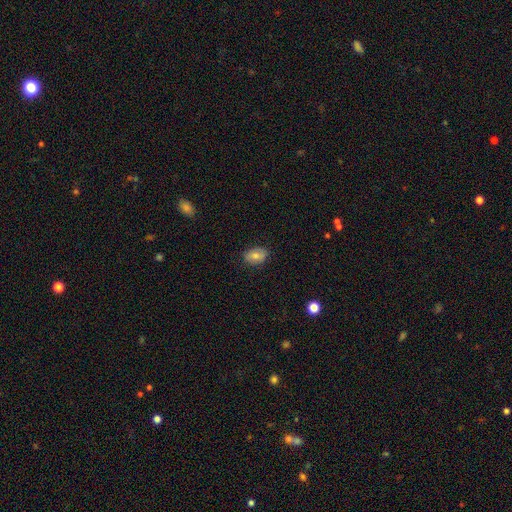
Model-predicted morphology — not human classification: The model was most divided on "smooth or featured": smooth: 74%, featured or disk: 17%, star or artifact: 9%. More confident: merging — none (84%); how rounded — in between (80%).